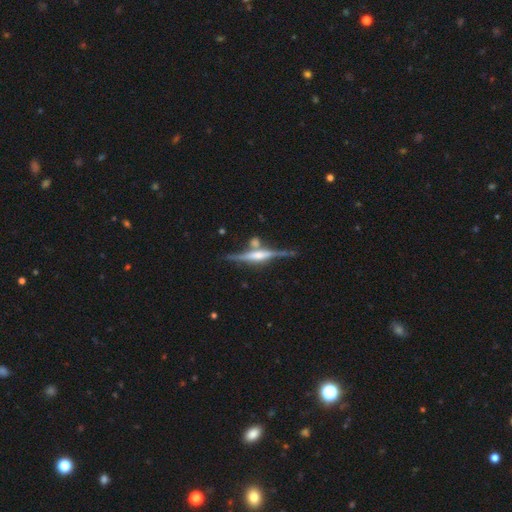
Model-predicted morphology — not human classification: Smooth or featured? featured or disk (84%)
Edge-on disk? yes (98%)
Edge-on bulge? rounded (70%)
Merging? none (75%)